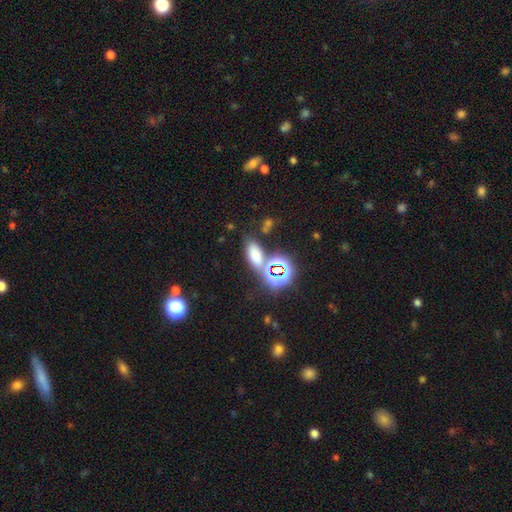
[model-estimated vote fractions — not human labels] Morphology: type=smooth (64%); roundness=in between (76%); merging=none (67%).